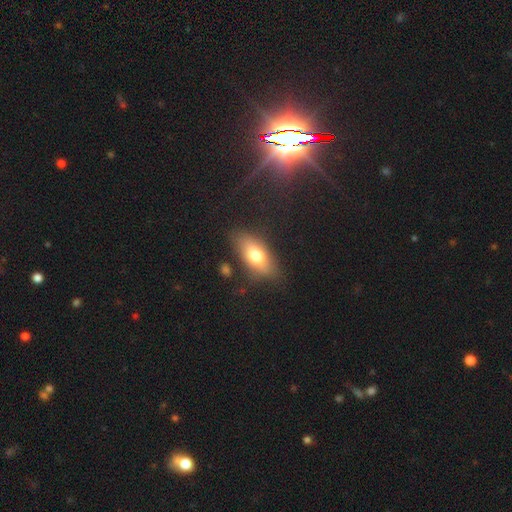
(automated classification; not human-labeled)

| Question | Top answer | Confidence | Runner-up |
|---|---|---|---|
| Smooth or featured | smooth | 72% | featured or disk (20%) |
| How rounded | in between | 84% | cigar-shaped (12%) |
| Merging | none | 75% | minor disturbance (17%) |